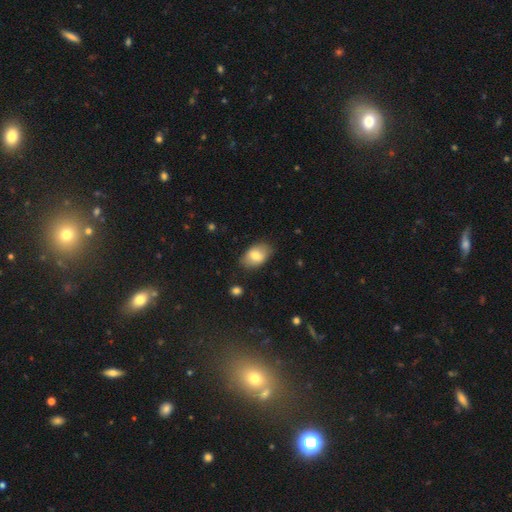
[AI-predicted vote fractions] The model was most divided on "smooth or featured": smooth: 76%, featured or disk: 17%, star or artifact: 7%. More confident: how rounded — in between (89%); merging — none (78%).